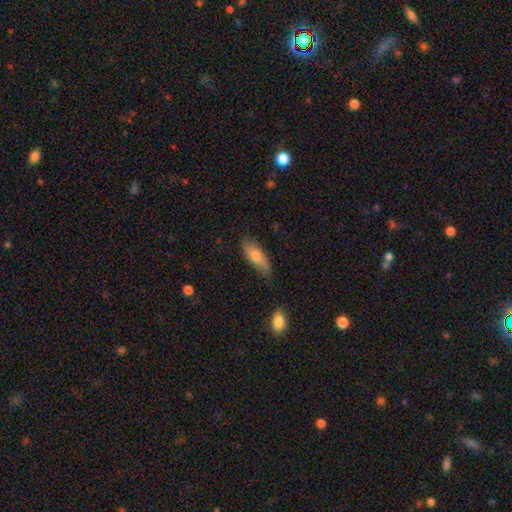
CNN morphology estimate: The model was most divided on "how rounded": in between: 71%, cigar-shaped: 27%, round: 2%. More confident: smooth or featured — smooth (75%); merging — none (73%).